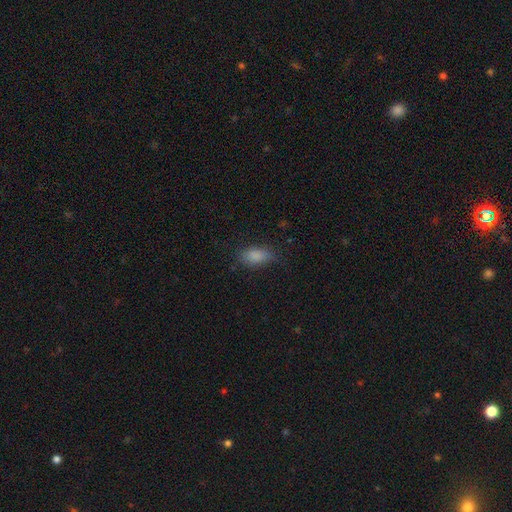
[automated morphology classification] type=smooth (85%); roundness=in between (89%); merging=none (74%).